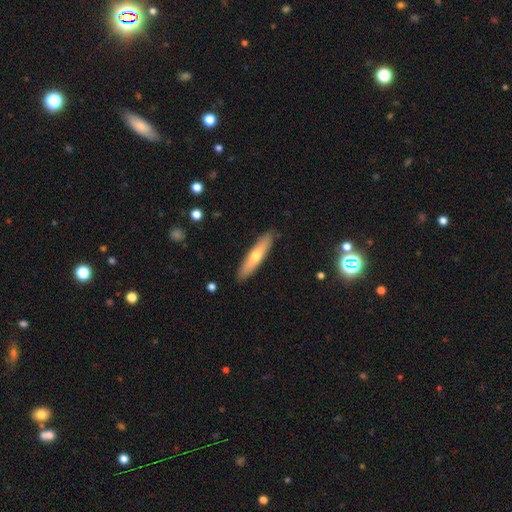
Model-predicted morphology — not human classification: Smooth or featured?
  - smooth: 57% *
  - featured or disk: 37%
  - star or artifact: 6%
How rounded?
  - cigar-shaped: 81% *
  - in between: 17%
  - round: 2%
Merging?
  - none: 89% *
  - minor disturbance: 8%
  - major disturbance: 2%
  - merger: 1%